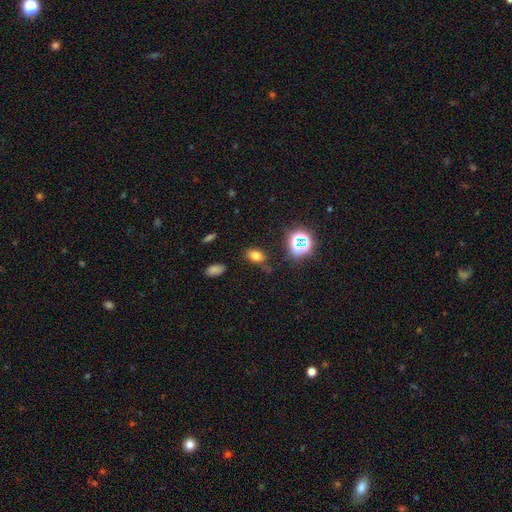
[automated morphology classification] smooth_or_featured: smooth (p=0.69) [alt: star or artifact p=0.22]
how_rounded: in between (p=0.82) [alt: round p=0.16]
merging: none (p=0.74) [alt: minor disturbance p=0.16]